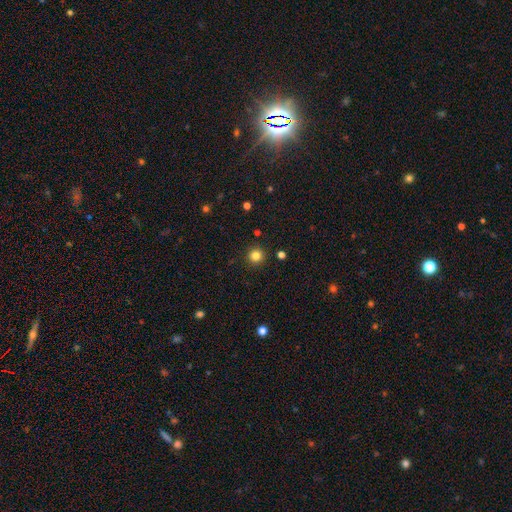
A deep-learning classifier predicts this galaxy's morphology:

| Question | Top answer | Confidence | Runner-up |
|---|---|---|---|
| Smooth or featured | smooth | 83% | star or artifact (13%) |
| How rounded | round | 95% | in between (4%) |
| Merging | none | 92% | minor disturbance (5%) |